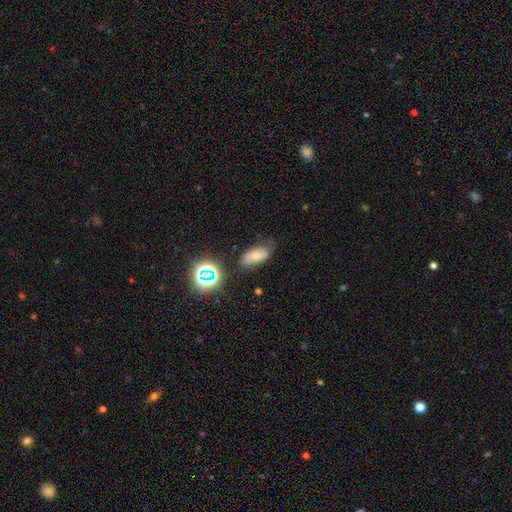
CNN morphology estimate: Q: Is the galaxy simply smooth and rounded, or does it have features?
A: smooth — 57%.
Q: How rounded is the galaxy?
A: in between — 88%.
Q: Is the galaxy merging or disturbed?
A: none — 63%.